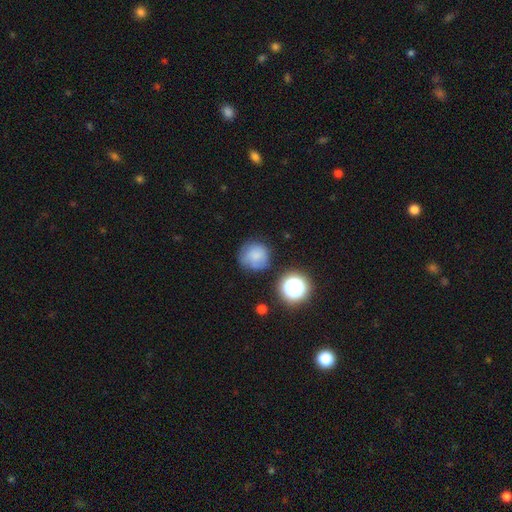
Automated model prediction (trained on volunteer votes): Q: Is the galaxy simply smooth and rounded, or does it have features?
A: smooth — 74%.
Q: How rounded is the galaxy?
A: round — 90%.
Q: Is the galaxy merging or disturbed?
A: none — 66%.